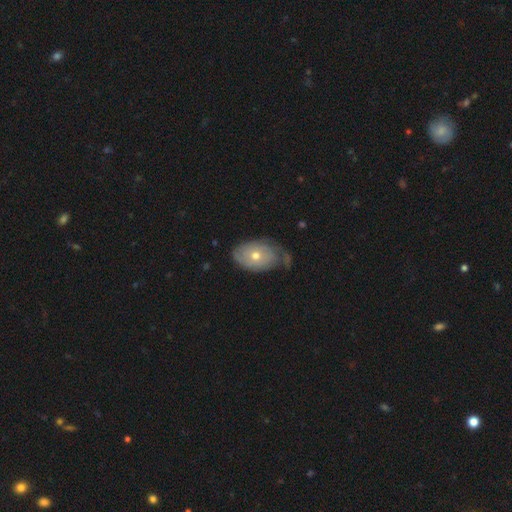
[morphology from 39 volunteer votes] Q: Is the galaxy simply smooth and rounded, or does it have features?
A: featured or disk — 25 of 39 (64%).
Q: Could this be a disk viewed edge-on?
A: no — 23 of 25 (92%).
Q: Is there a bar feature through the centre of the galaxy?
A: no — 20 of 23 (87%).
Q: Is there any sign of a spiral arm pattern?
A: no — 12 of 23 (52%).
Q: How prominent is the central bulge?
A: moderate — 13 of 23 (57%).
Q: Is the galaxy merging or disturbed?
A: none — 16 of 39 (41%, tied with minor disturbance).